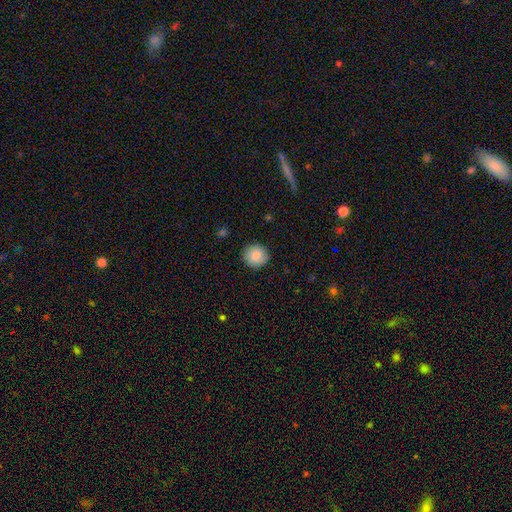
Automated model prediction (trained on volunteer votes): A smooth galaxy with no disk features (85%) that is round (93%).

Vote fractions:
- Smooth or featured? smooth: 85% / star or artifact: 8% / featured or disk: 7%
- How rounded? round: 93% / in between: 6% / cigar-shaped: 1%
- Merging? none: 90% / minor disturbance: 7% / major disturbance: 2% / merger: 1%